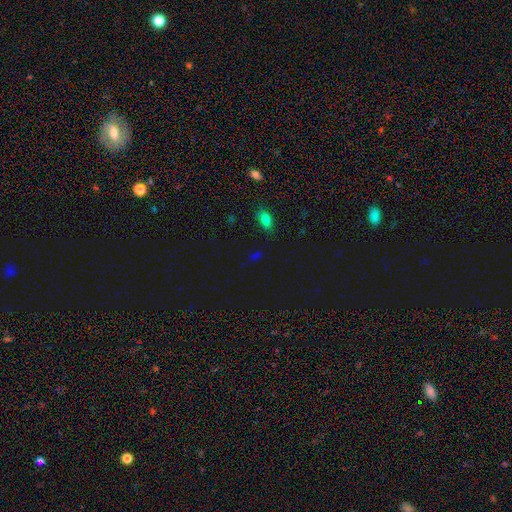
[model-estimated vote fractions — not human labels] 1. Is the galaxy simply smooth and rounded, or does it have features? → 50% smooth, 43% star or artifact, 7% featured or disk.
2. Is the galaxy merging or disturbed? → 79% none, 12% minor disturbance, 5% major disturbance, 4% merger.